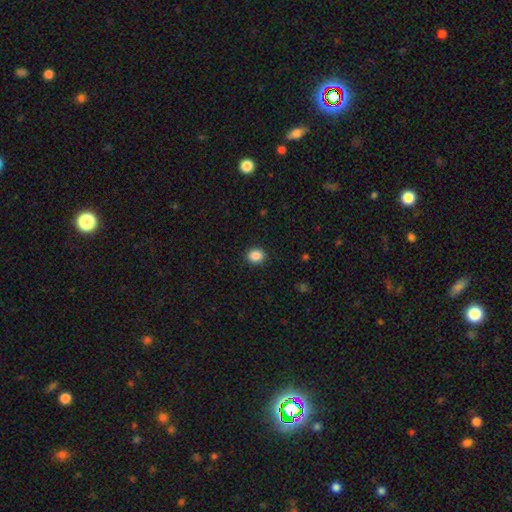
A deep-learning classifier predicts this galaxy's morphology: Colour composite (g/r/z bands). It shows a smooth galaxy with no disk features (88%) that is round (72%). Merging: none (91%).